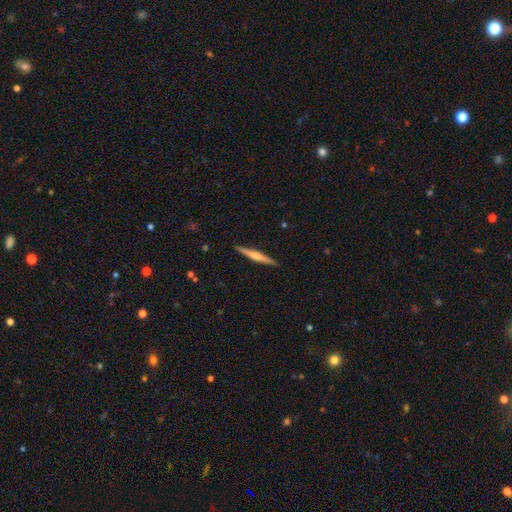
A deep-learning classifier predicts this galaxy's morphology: Smooth or featured? featured or disk (58%)
Edge-on disk? yes (98%)
Edge-on bulge? rounded (68%)
Merging? none (91%)